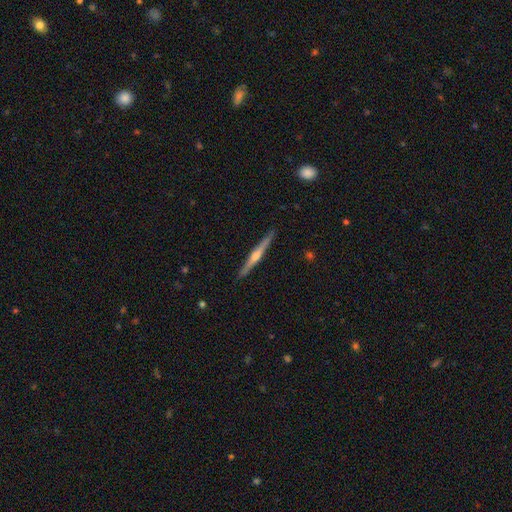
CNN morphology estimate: Q: Smooth or featured?
A: featured or disk (77%); runner-up: smooth (18%)
Q: Edge-on disk?
A: yes (98%); runner-up: no (2%)
Q: Edge-on bulge?
A: rounded (86%); runner-up: none (8%)
Q: Merging?
A: none (91%); runner-up: minor disturbance (6%)